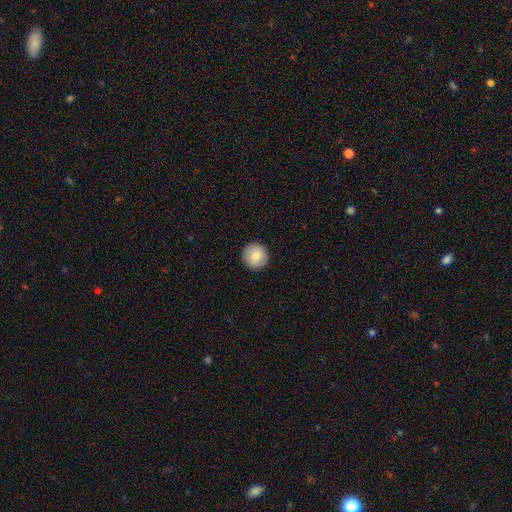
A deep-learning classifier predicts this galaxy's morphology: Smooth or featured? Predicted: smooth (p=0.83). How rounded? Predicted: round (p=0.95). Merging? Predicted: none (p=0.92).